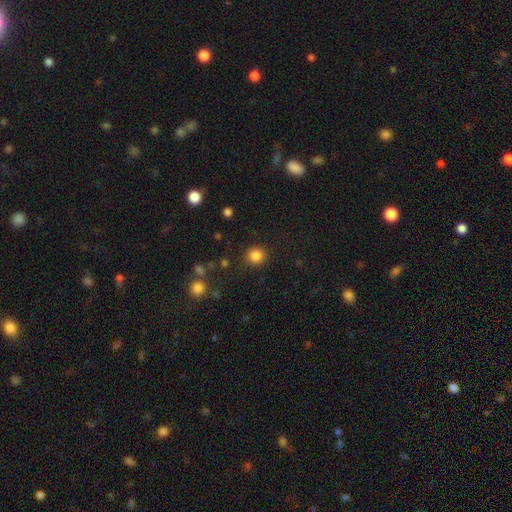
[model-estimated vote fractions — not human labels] The model was most divided on "smooth or featured": smooth: 84%, star or artifact: 12%, featured or disk: 4%. More confident: how rounded — round (92%); merging — none (89%).